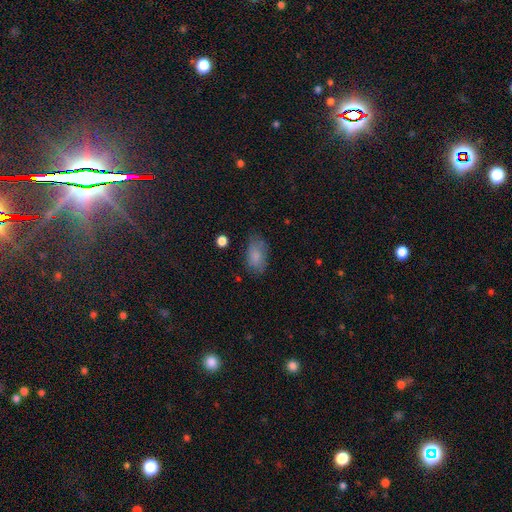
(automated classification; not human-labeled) Smooth or featured?
  - smooth: 82% *
  - featured or disk: 10%
  - star or artifact: 9%
How rounded?
  - in between: 91% *
  - round: 7%
  - cigar-shaped: 2%
Merging?
  - none: 70% *
  - minor disturbance: 21%
  - major disturbance: 7%
  - merger: 2%